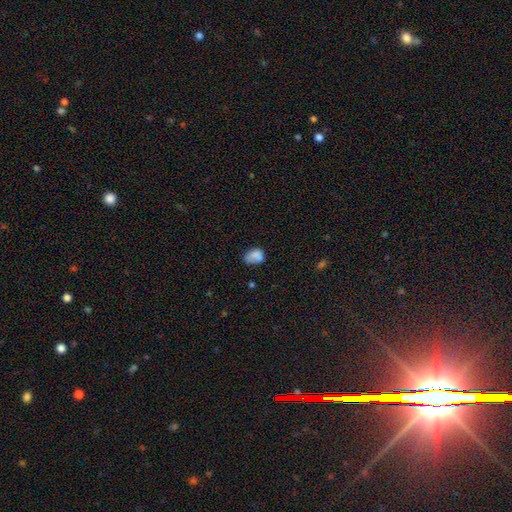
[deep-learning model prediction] Smooth or featured? Predicted: smooth (p=0.77). How rounded? Predicted: in between (p=0.75). Merging? Predicted: none (p=0.45).